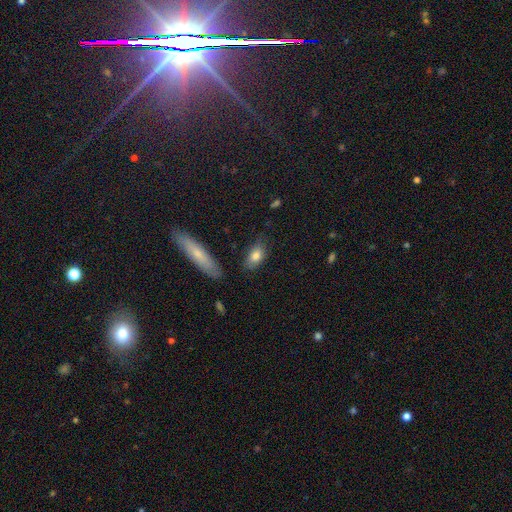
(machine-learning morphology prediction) This appears to be a smooth galaxy with no disk features (80%) that is in between round and cigar-shaped (83%). Merging: none (75%).